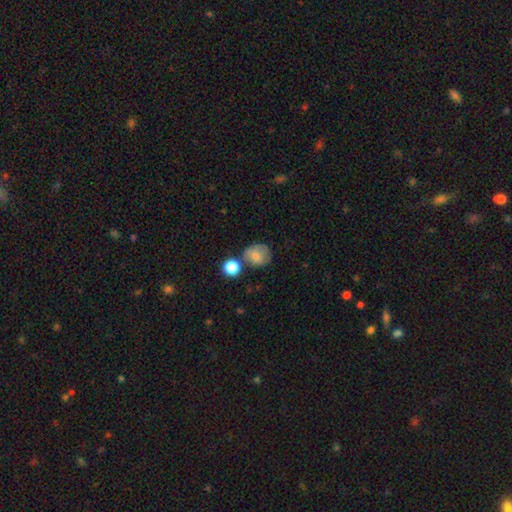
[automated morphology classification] smooth-or-featured: smooth: 74% | featured or disk: 17% | star or artifact: 9%
  how-rounded: round: 72% | in between: 27% | cigar-shaped: 1%
  merging: none: 52% | minor disturbance: 21% | merger: 18% | major disturbance: 8%